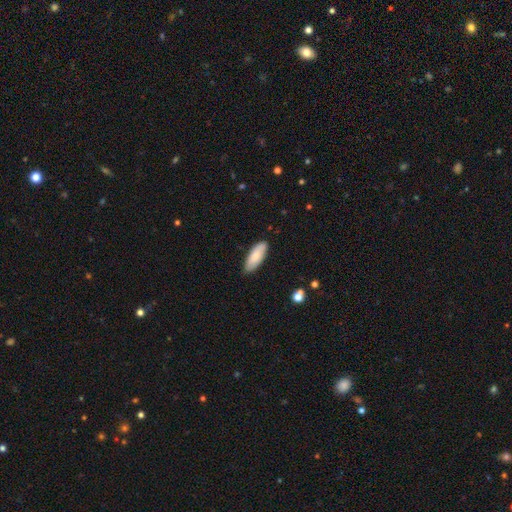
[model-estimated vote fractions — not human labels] Overall: smooth (83%). How rounded: in between (71%). Merging: none (85%).